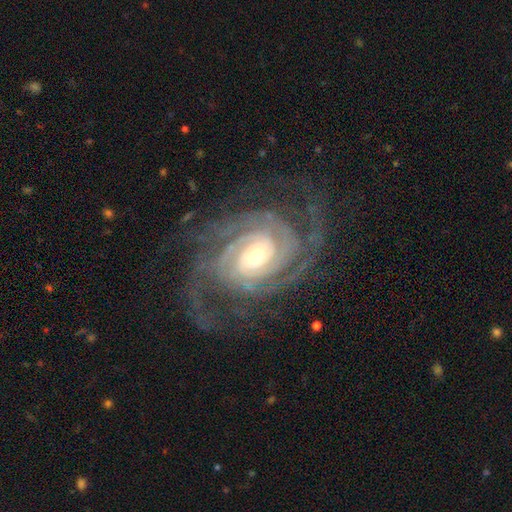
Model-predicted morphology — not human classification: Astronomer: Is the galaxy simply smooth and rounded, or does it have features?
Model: featured or disk — 92%.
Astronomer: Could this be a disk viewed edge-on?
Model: no — 97%.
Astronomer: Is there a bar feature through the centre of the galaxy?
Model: no — 54%.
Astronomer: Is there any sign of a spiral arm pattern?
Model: yes — 99%.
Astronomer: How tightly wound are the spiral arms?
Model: tight — 71%.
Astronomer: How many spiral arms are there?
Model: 2 — 35% (runner-up: 3, 21%).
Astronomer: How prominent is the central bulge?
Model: moderate — 48% (runner-up: small, 37%).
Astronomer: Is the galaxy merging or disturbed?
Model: none — 71%.